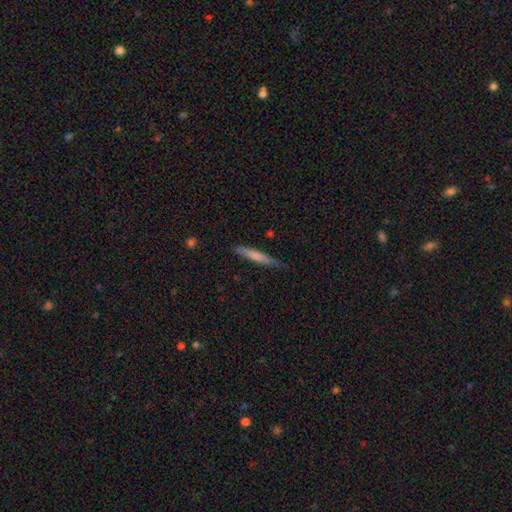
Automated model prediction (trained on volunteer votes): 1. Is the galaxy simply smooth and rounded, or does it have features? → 69% smooth, 25% featured or disk, 6% star or artifact.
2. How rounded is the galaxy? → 93% cigar-shaped, 6% in between, 1% round.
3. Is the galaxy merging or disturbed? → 79% none, 16% minor disturbance, 3% major disturbance, 1% merger.